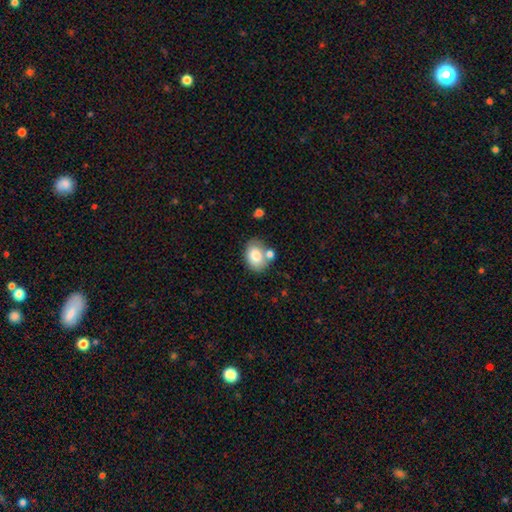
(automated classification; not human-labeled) The model was most divided on "merging": none: 59%, merger: 21%, minor disturbance: 15%, major disturbance: 5%. More confident: smooth or featured — smooth (78%); how rounded — in between (73%).